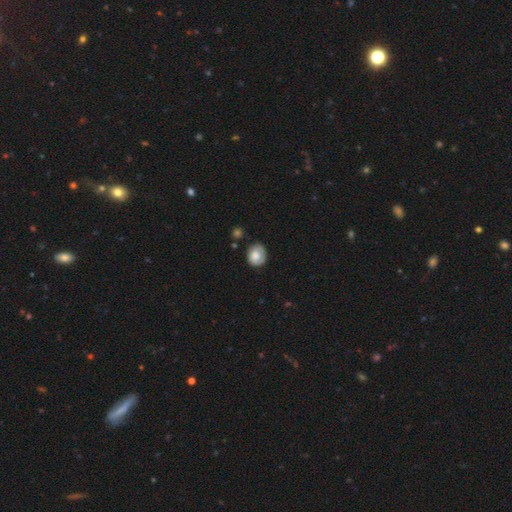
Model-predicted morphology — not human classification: Smooth or featured?
  - smooth: 77% *
  - featured or disk: 16%
  - star or artifact: 8%
How rounded?
  - round: 70% *
  - in between: 29%
  - cigar-shaped: 1%
Merging?
  - none: 73% *
  - minor disturbance: 20%
  - major disturbance: 4%
  - merger: 3%